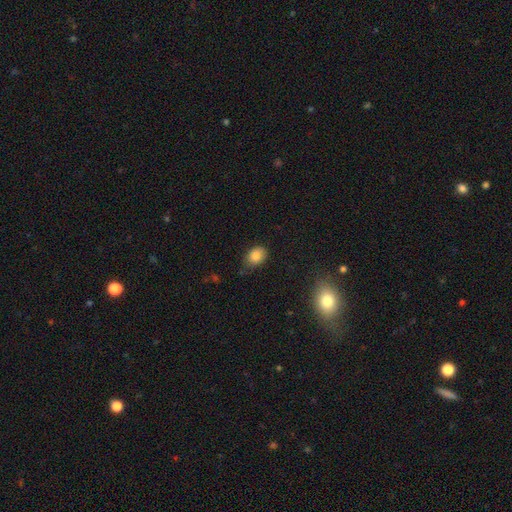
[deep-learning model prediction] Q: Smooth or featured?
A: smooth (84%); runner-up: star or artifact (9%)
Q: How rounded?
A: in between (71%); runner-up: round (28%)
Q: Merging?
A: none (72%); runner-up: minor disturbance (23%)